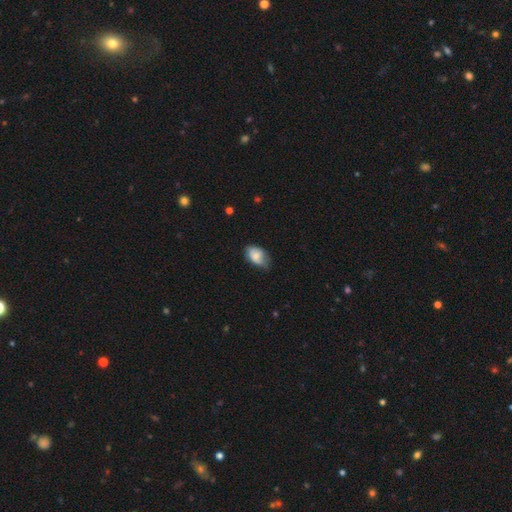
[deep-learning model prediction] Q: Smooth or featured?
A: smooth (72%); runner-up: featured or disk (21%)
Q: How rounded?
A: in between (89%); runner-up: round (10%)
Q: Merging?
A: none (52%); runner-up: minor disturbance (38%)